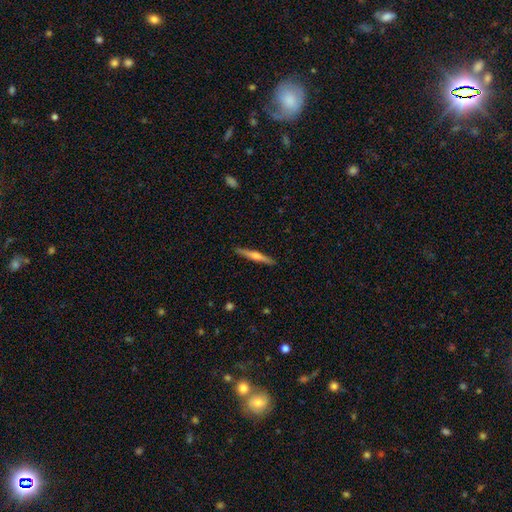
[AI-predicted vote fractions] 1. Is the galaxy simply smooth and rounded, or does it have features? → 62% featured or disk, 32% smooth, 6% star or artifact.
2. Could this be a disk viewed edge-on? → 98% yes, 2% no.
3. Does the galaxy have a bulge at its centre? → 81% rounded, 11% none, 8% boxy.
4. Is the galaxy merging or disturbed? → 91% none, 6% minor disturbance, 1% major disturbance, 1% merger.